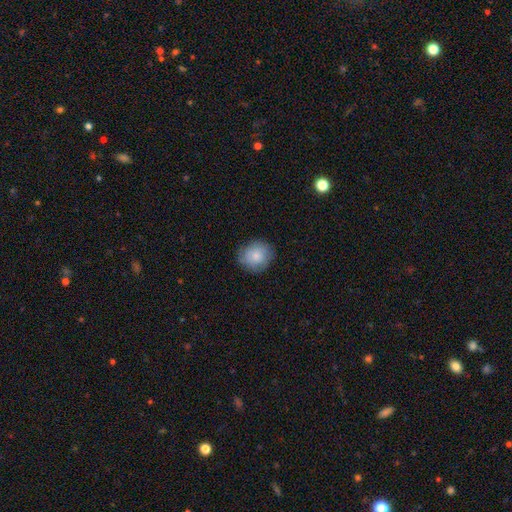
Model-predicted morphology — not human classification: Q: Smooth or featured?
A: smooth (83%); runner-up: featured or disk (10%)
Q: How rounded?
A: round (79%); runner-up: in between (20%)
Q: Merging?
A: none (80%); runner-up: minor disturbance (16%)